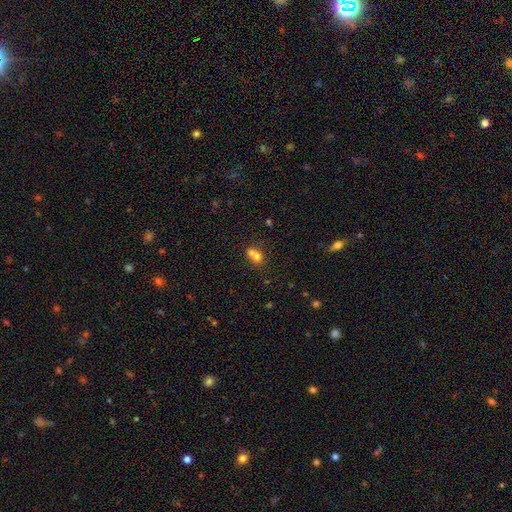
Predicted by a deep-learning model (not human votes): A smooth galaxy with no disk features (69%) that is round (58%). Merging: merger (63%).